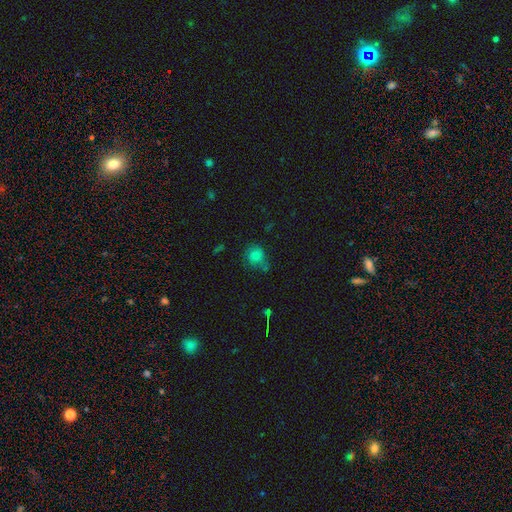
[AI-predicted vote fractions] This appears to be a smooth galaxy with no disk features (74%) that is round (80%). Merging: none (59%).